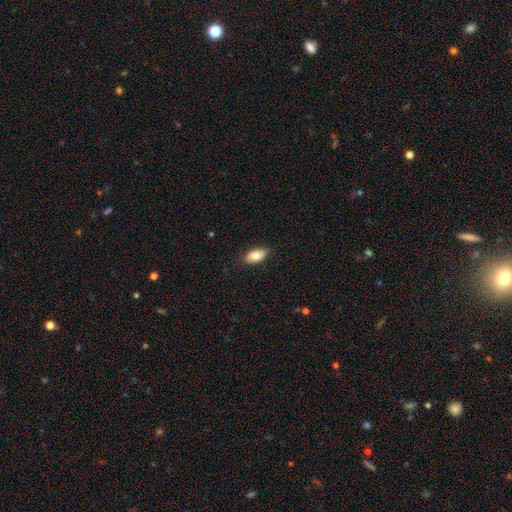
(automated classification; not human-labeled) Smooth or featured? smooth (82%)
How rounded? in between (90%)
Merging? none (85%)